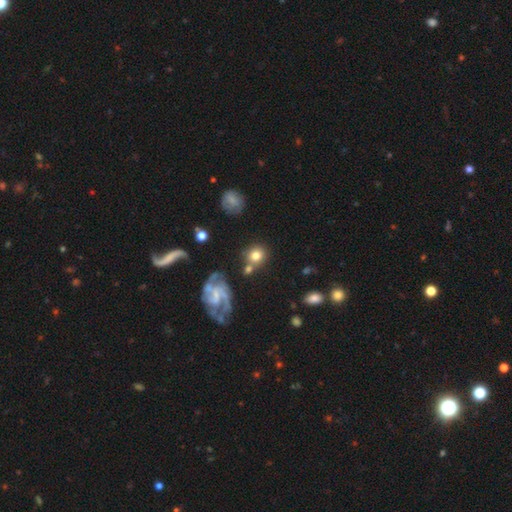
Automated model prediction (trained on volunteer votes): This appears to be a smooth galaxy with no disk features (70%) that is round (85%). Merging: none (66%).